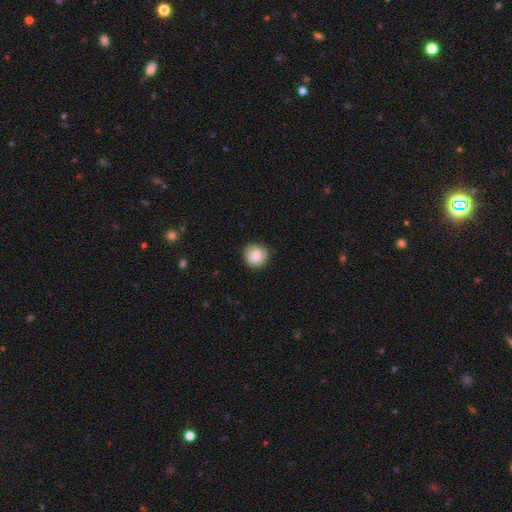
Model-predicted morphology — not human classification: A smooth galaxy with no disk features (77%) that is round (91%).

Vote fractions:
- Smooth or featured? smooth: 77% / featured or disk: 15% / star or artifact: 8%
- How rounded? round: 91% / in between: 8% / cigar-shaped: 1%
- Merging? none: 86% / minor disturbance: 10% / major disturbance: 3% / merger: 1%